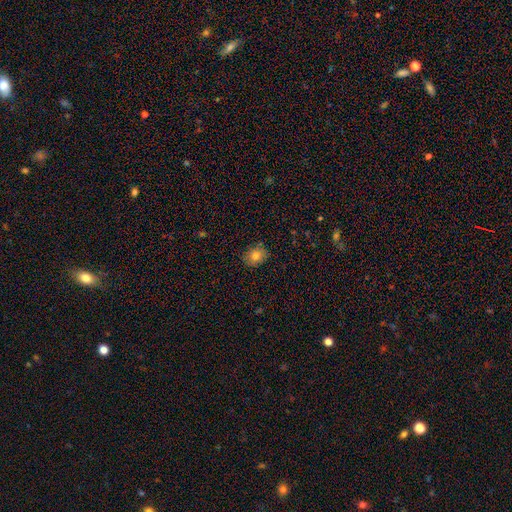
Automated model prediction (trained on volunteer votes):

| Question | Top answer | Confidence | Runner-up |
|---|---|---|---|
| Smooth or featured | smooth | 79% | featured or disk (11%) |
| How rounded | round | 50% | in between (49%) |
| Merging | none | 84% | minor disturbance (12%) |